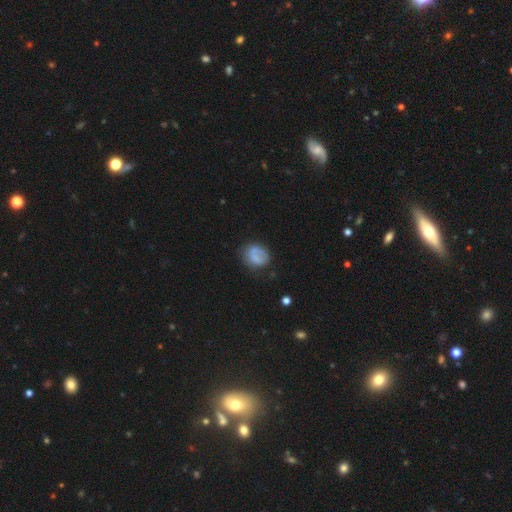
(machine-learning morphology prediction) Q: Smooth or featured?
A: smooth (64%); runner-up: featured or disk (26%)
Q: How rounded?
A: round (55%); runner-up: in between (44%)
Q: Merging?
A: none (52%); runner-up: minor disturbance (26%)